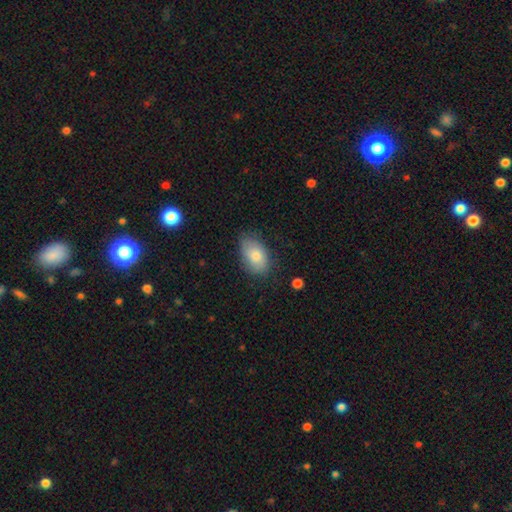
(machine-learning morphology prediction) smooth 77%, featured or disk 15%, star or artifact 8%. Down the decision tree: how rounded — in between (91%); merging — none (72%).